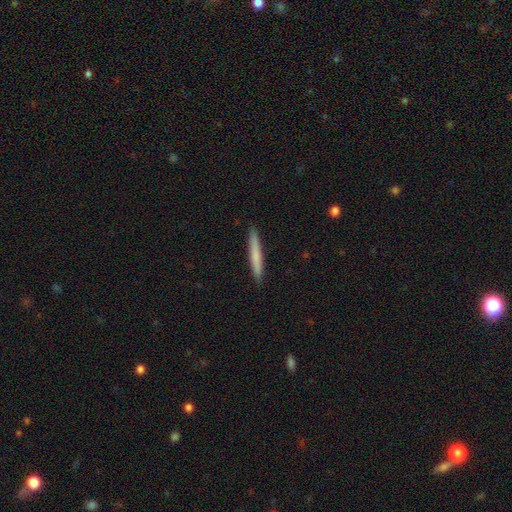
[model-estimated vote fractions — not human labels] smooth_or_featured: smooth (p=0.71) [alt: featured or disk p=0.23]
how_rounded: cigar-shaped (p=0.97) [alt: in between p=0.02]
merging: none (p=0.92) [alt: minor disturbance p=0.06]